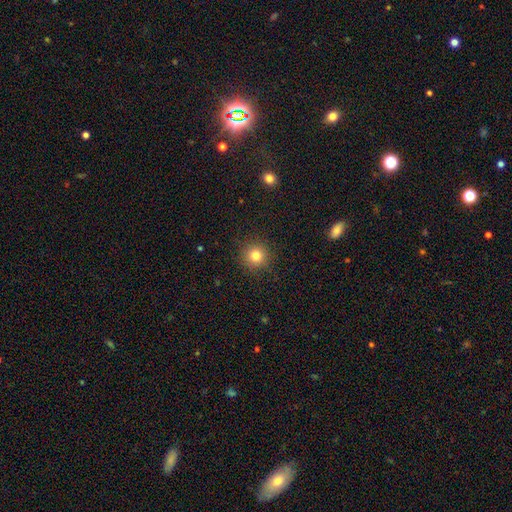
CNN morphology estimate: Smooth or featured? Predicted: smooth (p=0.81). How rounded? Predicted: round (p=0.95). Merging? Predicted: none (p=0.91).